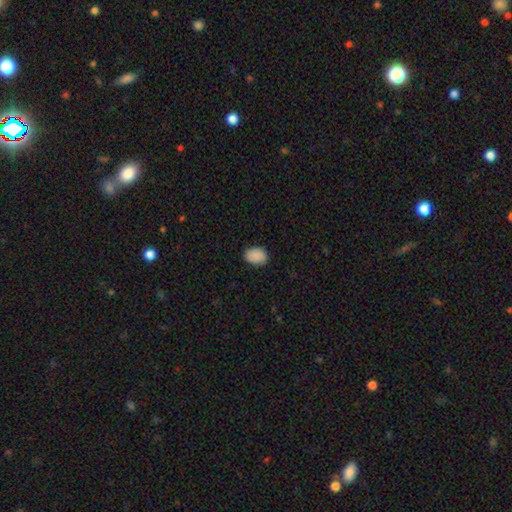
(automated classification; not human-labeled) Smooth or featured?
  - smooth: 89% *
  - star or artifact: 8%
  - featured or disk: 3%
How rounded?
  - in between: 78% *
  - round: 21%
  - cigar-shaped: 1%
Merging?
  - none: 86% *
  - minor disturbance: 11%
  - major disturbance: 2%
  - merger: 1%